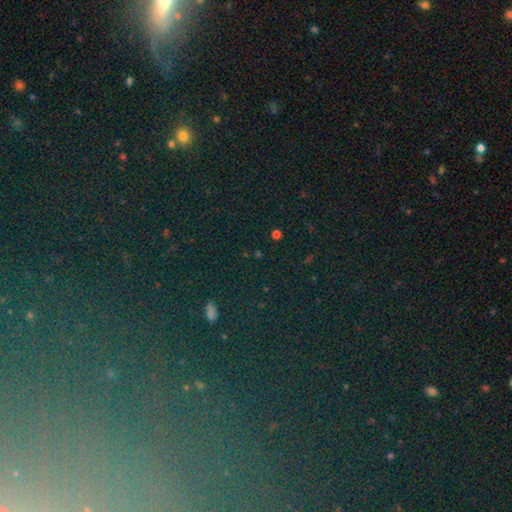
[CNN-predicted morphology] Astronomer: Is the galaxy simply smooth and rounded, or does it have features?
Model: star or artifact — 77%.